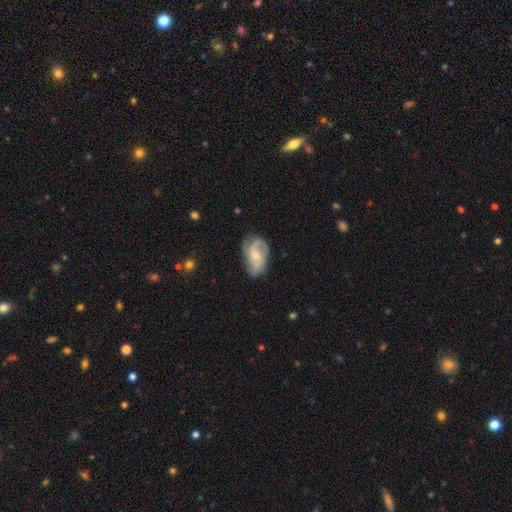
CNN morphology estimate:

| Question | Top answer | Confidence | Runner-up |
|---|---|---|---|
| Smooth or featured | featured or disk | 73% | smooth (21%) |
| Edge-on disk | no | 97% | yes (3%) |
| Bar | no | 48% | weak (41%) |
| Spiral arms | yes | 90% | no (10%) |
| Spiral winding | medium | 44% | loose (33%) |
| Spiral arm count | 2 | 62% | can't tell (15%) |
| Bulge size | small | 49% | moderate (47%) |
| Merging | none | 65% | minor disturbance (24%) |